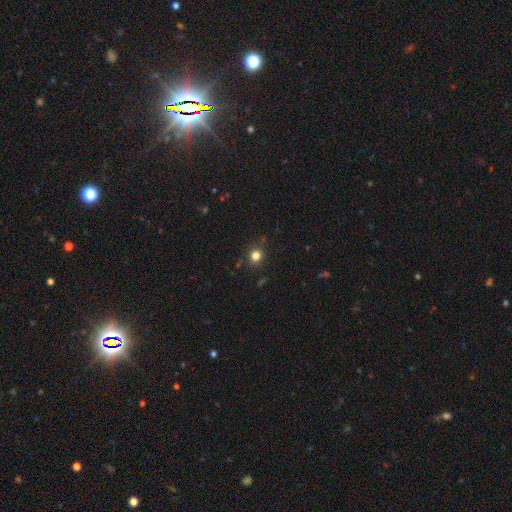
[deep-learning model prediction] Smooth or featured?
  - smooth: 80% *
  - star or artifact: 15%
  - featured or disk: 5%
How rounded?
  - round: 86% *
  - in between: 13%
  - cigar-shaped: 1%
Merging?
  - none: 86% *
  - minor disturbance: 9%
  - major disturbance: 3%
  - merger: 2%